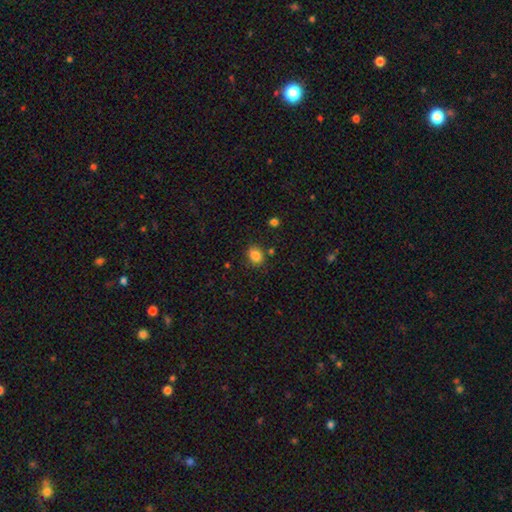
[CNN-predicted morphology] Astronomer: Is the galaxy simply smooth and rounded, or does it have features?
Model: smooth — 83%.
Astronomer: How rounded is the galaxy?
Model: in between — 54% (runner-up: round, 45%).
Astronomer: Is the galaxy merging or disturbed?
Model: none — 76%.